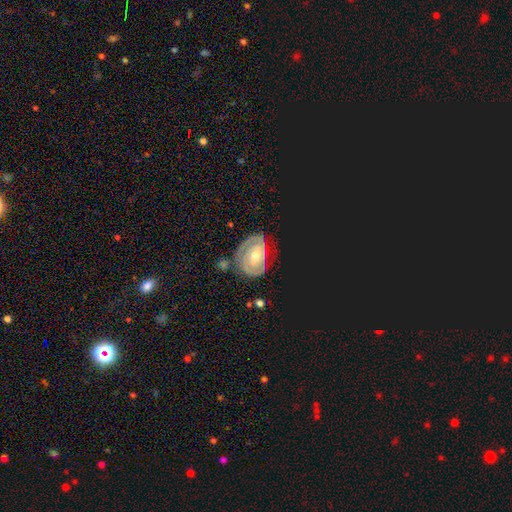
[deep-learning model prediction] Overall: featured or disk (69%). Edge-on disk: no (96%). Bar: no (66%). Spiral arms: yes (85%). Spiral arm count: 2 (50%; can't tell 25%). Spiral winding: tight (74%). Bulge size: moderate (65%; small 28%). Merging: none (68%).